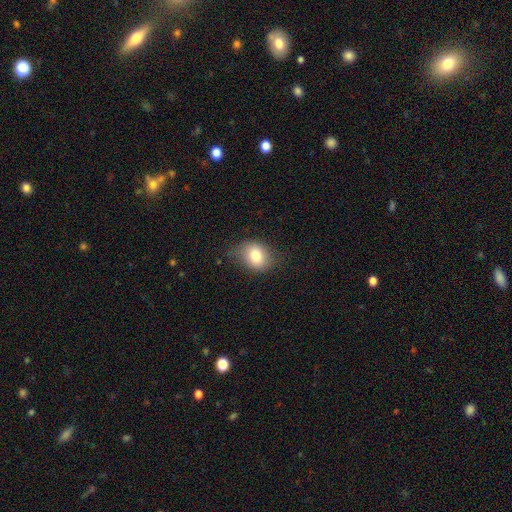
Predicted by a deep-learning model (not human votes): Smooth or featured? smooth (78%)
How rounded? in between (54%)
Merging? none (72%)